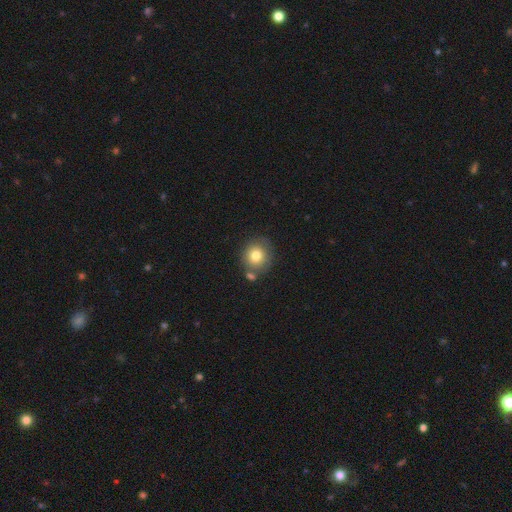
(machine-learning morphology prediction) A smooth galaxy with no disk features (77%) that is round (86%). Merging: none (66%).